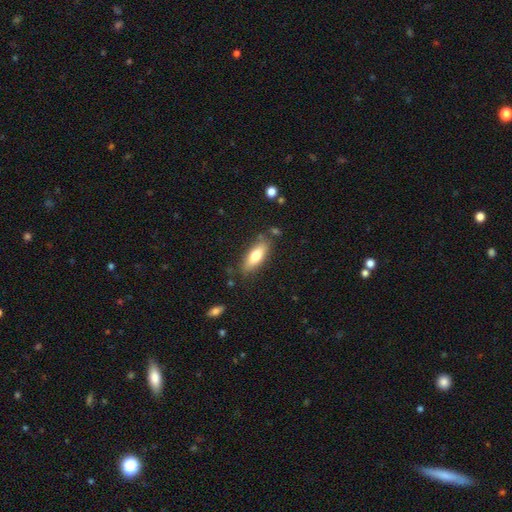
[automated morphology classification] smooth_or_featured: smooth (p=0.73) [alt: featured or disk p=0.21]
how_rounded: in between (p=0.66) [alt: cigar-shaped p=0.32]
merging: none (p=0.80) [alt: minor disturbance p=0.14]